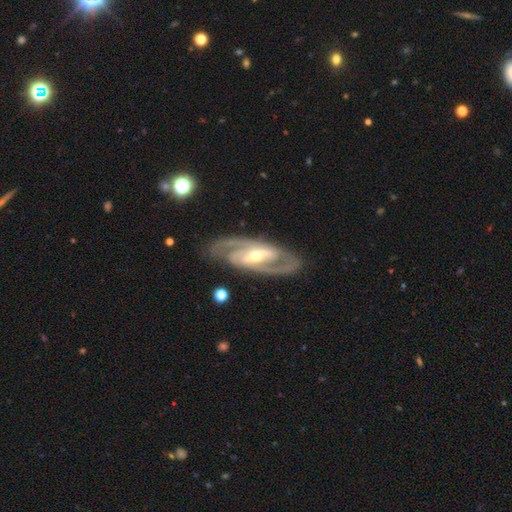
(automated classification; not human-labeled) Morphology: type=featured or disk (90%); edge-on=no (92%); bar=strong (50%); spiral arms=yes (95%); winding=medium (49%); arm count=2 (85%); bulge=moderate (49%); merging=none (81%).